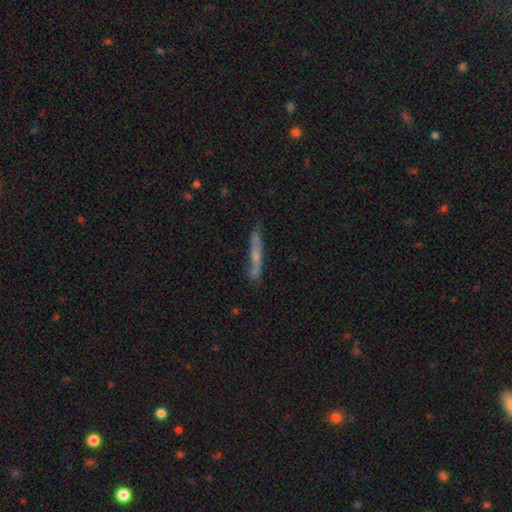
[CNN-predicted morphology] smooth_or_featured: featured or disk (p=0.53) [alt: smooth p=0.38]
disk_edge_on: yes (p=0.78) [alt: no p=0.22]
merging: none (p=0.67) [alt: minor disturbance p=0.21]